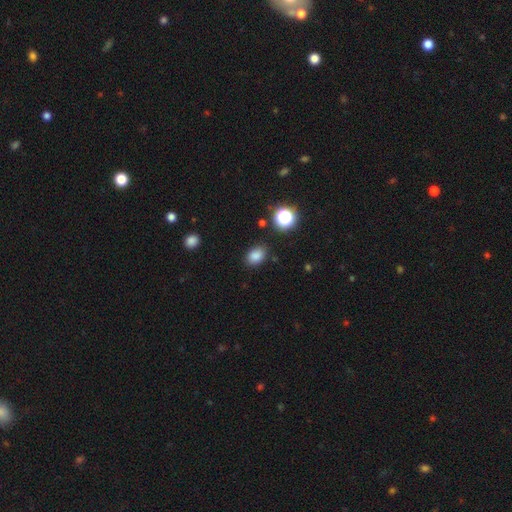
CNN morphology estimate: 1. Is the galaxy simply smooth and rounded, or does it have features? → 83% smooth, 12% star or artifact, 4% featured or disk.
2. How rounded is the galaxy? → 75% in between, 24% round, 1% cigar-shaped.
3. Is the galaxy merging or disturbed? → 84% none, 11% minor disturbance, 3% major disturbance, 2% merger.